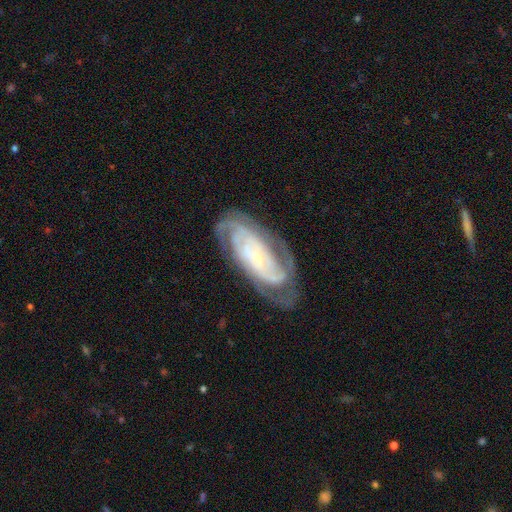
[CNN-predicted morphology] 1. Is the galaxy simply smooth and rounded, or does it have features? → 88% featured or disk, 7% smooth, 5% star or artifact.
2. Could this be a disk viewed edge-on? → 95% no, 5% yes.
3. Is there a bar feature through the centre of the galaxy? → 63% no, 24% weak, 12% strong.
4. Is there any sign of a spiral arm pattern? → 97% yes, 3% no.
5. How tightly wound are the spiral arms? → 70% tight, 26% medium, 5% loose.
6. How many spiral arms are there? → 27% 2, 24% can't tell, 23% 3, 14% 4, 6% more than 4, 5% 1.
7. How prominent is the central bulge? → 82% small, 12% moderate, 3% none, 2% large, 1% dominant.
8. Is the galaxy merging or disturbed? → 73% none, 18% minor disturbance, 8% major disturbance, 1% merger.